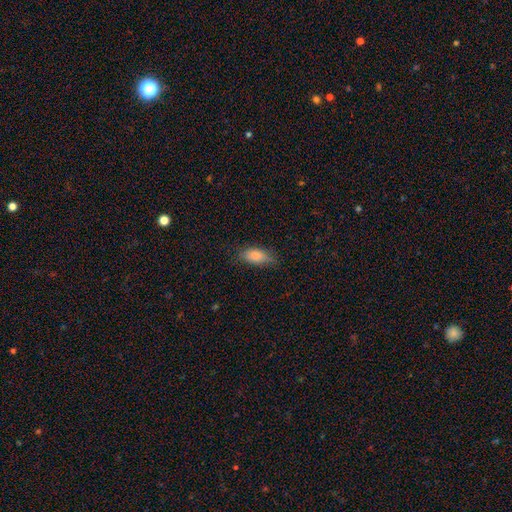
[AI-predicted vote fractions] A smooth galaxy with no disk features (82%) that is in between round and cigar-shaped (83%).

Vote fractions:
- Smooth or featured? smooth: 82% / featured or disk: 10% / star or artifact: 8%
- How rounded? in between: 83% / cigar-shaped: 14% / round: 3%
- Merging? none: 72% / minor disturbance: 22% / major disturbance: 5% / merger: 1%